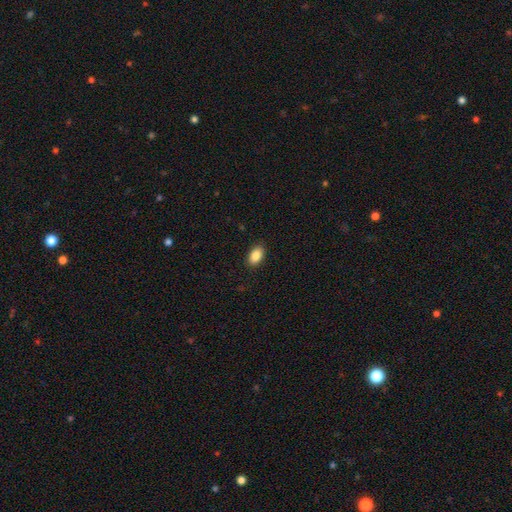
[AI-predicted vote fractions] Smooth or featured? smooth (88%)
How rounded? in between (92%)
Merging? none (89%)